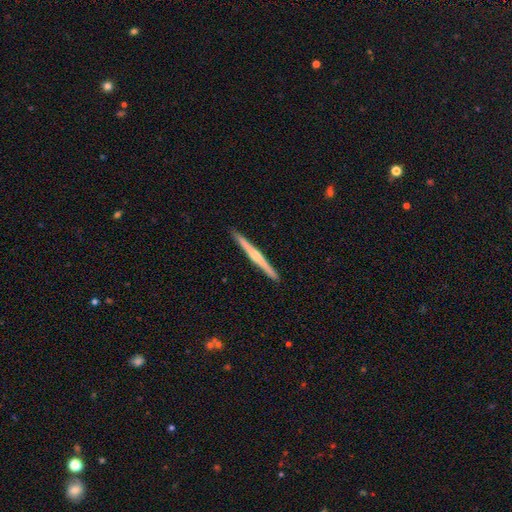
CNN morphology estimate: smooth-or-featured: featured or disk: 67% | smooth: 28% | star or artifact: 5%
  disk-edge-on: yes: 98% | no: 2%
    edge-on-bulge: rounded: 66% | none: 25% | boxy: 9%
  merging: none: 93% | minor disturbance: 5% | major disturbance: 1% | merger: 1%